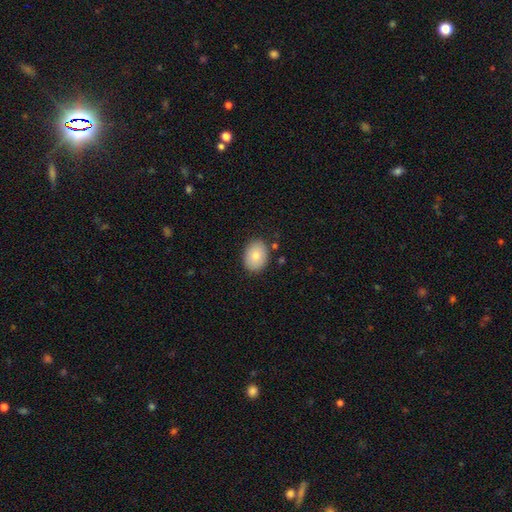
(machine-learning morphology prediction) This is clearly a smooth galaxy (82%). How rounded: likely in between (67%). Merging: clearly none (85%).